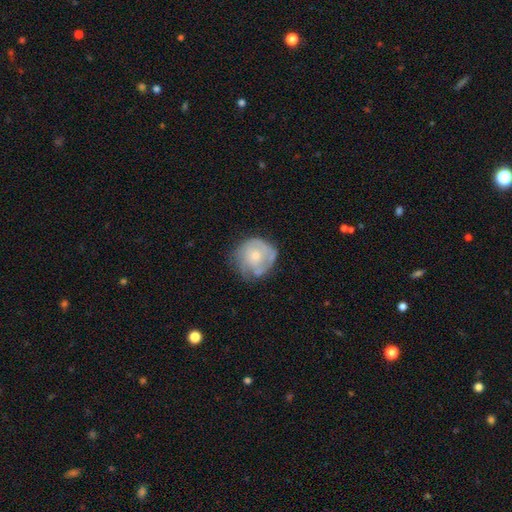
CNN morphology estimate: The model was most divided on "bulge size": small: 51%, moderate: 41%, none: 4%, large: 3%, dominant: 1%. More confident: edge-on disk — no (97%); bar — no (84%); spiral arms — yes (55%); merging — none (54%); smooth or featured — featured or disk (52%).